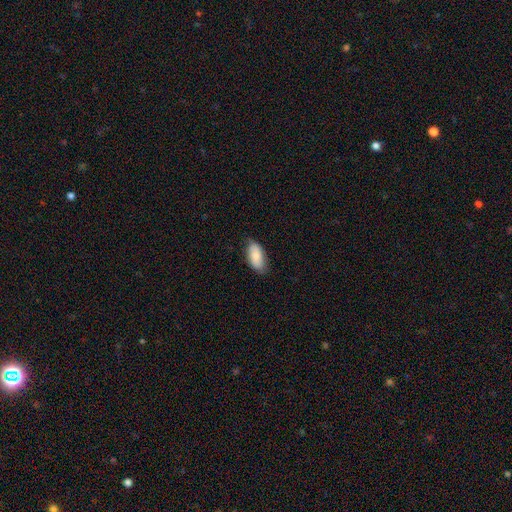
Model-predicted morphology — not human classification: smooth 82%, featured or disk 12%, star or artifact 6%. Down the decision tree: how rounded — in between (92%); merging — none (77%).